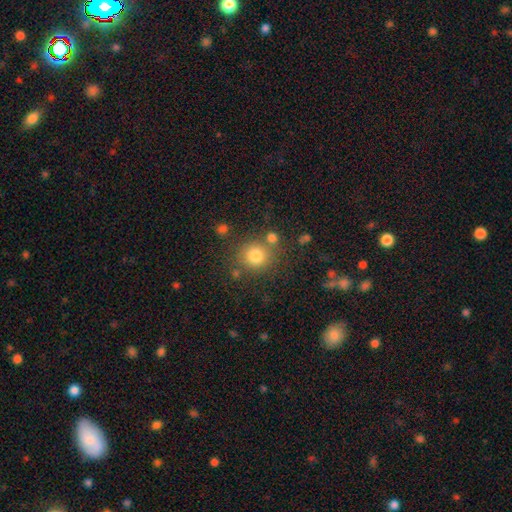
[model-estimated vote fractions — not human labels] smooth 80%, star or artifact 13%, featured or disk 8%. Down the decision tree: how rounded — round (88%); merging — none (75%).